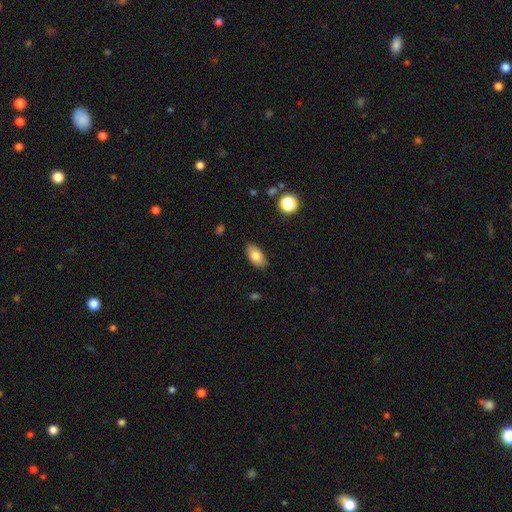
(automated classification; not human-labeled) Morphology: type=smooth (79%); roundness=in between (92%); merging=none (87%).